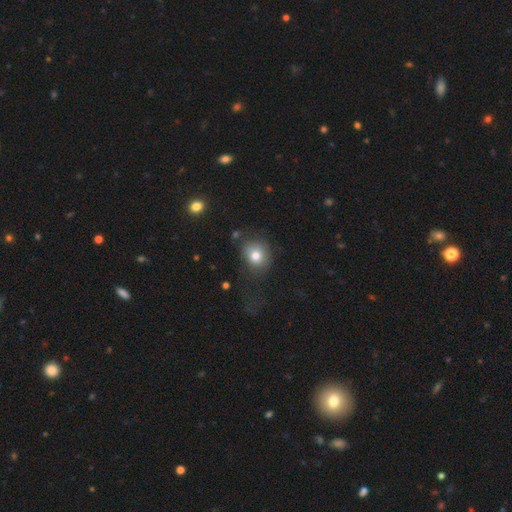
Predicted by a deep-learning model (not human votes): The model was most divided on "how rounded": round: 70%, in between: 30%, cigar-shaped: 1%. More confident: smooth or featured — smooth (78%); merging — none (63%).